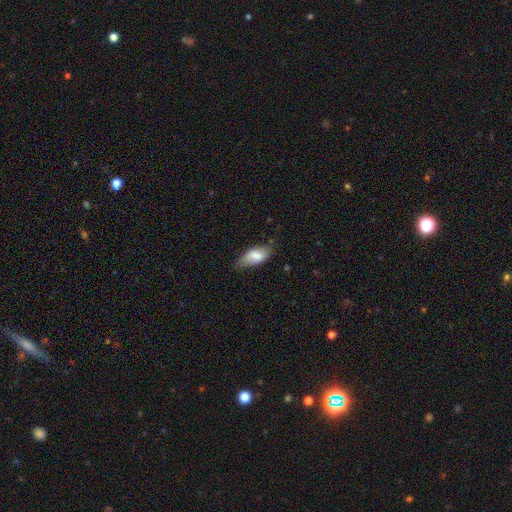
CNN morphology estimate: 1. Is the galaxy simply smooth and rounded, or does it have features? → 72% smooth, 21% featured or disk, 7% star or artifact.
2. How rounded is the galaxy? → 87% in between, 10% cigar-shaped, 3% round.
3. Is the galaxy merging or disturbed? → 62% none, 30% minor disturbance, 7% major disturbance, 2% merger.